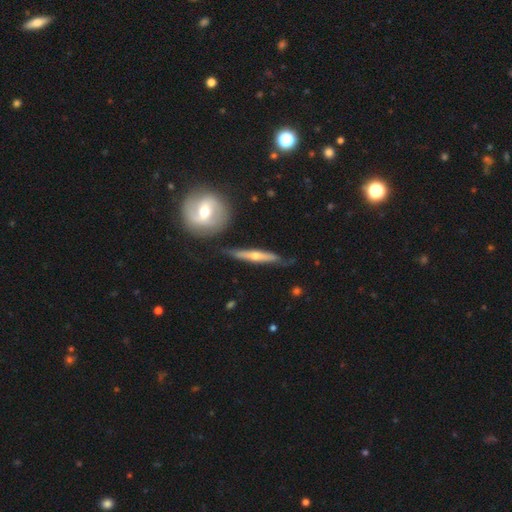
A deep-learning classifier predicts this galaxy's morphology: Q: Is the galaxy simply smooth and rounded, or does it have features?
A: featured or disk — 65%.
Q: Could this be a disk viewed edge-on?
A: yes — 91%.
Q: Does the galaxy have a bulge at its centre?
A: rounded — 83%.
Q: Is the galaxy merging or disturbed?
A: none — 77%.